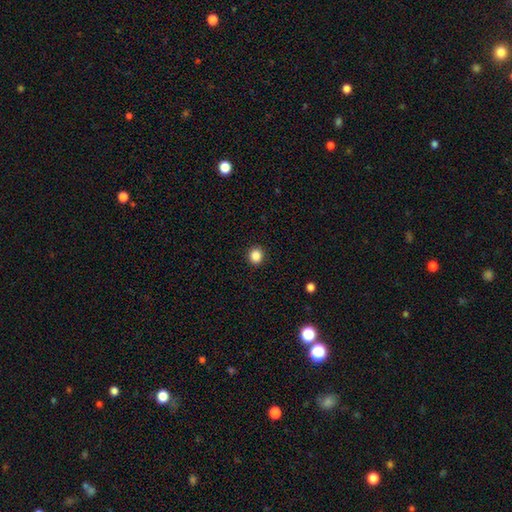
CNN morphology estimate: This appears to be a smooth galaxy with no disk features (86%) that is round (84%). Merging: none (92%).